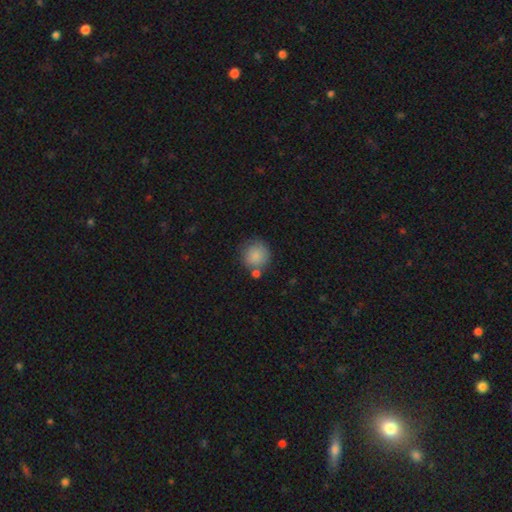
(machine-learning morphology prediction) Smooth or featured? smooth (85%)
How rounded? round (92%)
Merging? none (66%)